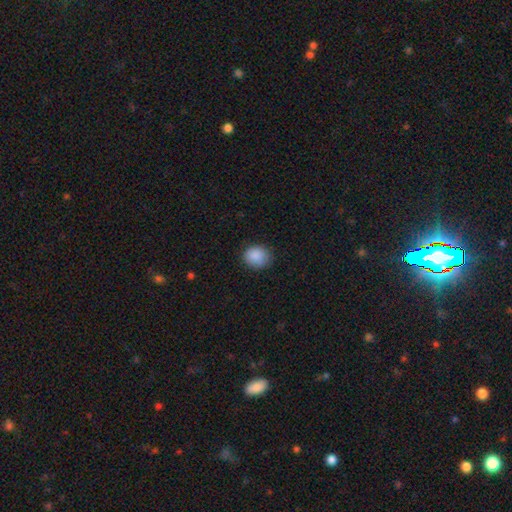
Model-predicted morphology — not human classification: Smooth or featured? Predicted: smooth (p=0.89). How rounded? Predicted: round (p=0.70). Merging? Predicted: none (p=0.82).